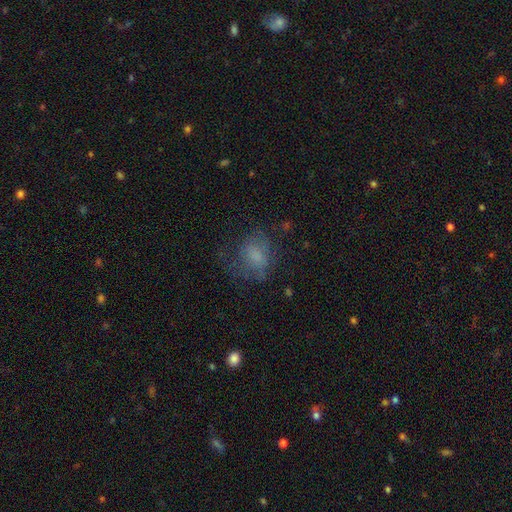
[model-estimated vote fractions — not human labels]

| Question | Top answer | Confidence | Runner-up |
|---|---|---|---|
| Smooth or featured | smooth | 60% | featured or disk (25%) |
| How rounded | in between | 52% | round (46%) |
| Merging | none | 51% | major disturbance (25%) |